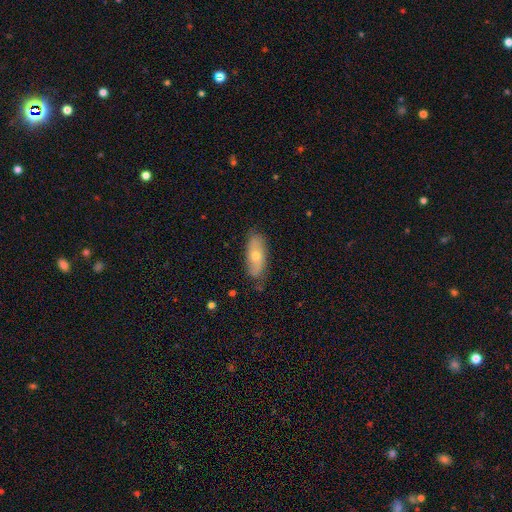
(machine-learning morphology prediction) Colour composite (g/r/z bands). It shows a smooth galaxy with no disk features (55%) that is in between round and cigar-shaped (73%). Merging: none (80%).